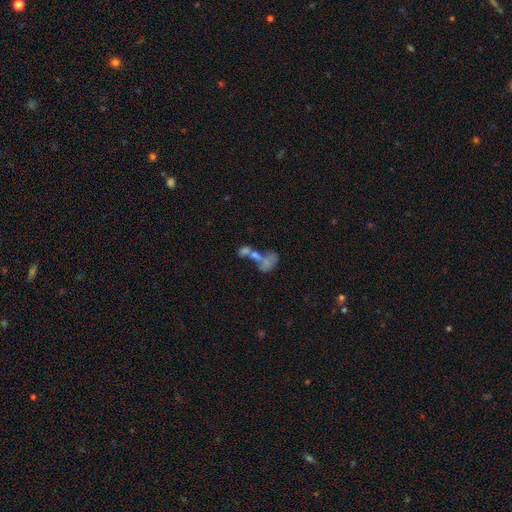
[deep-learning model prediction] Smooth or featured? smooth (45%)
Merging? merger (54%)